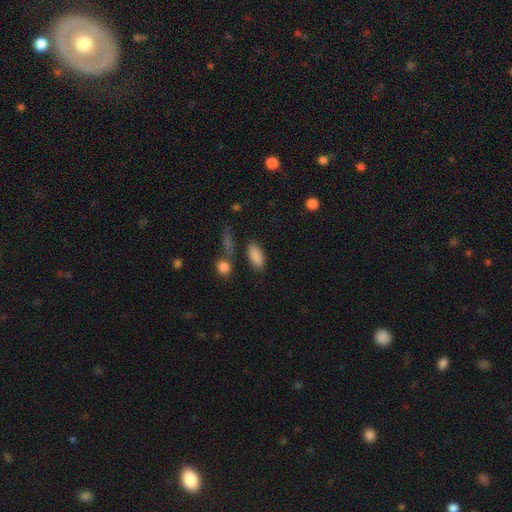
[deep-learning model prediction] Smooth or featured: smooth — 88% (star or artifact — 7%)
How rounded: in between — 88% (cigar-shaped — 8%)
Merging: none — 77% (minor disturbance — 11%)